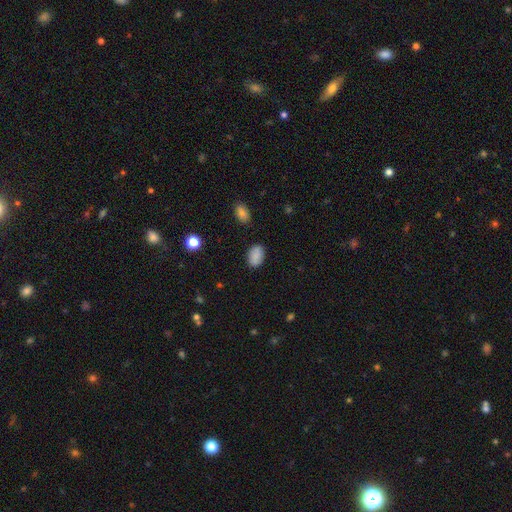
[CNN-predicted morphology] Smooth or featured?
  - smooth: 86% *
  - star or artifact: 8%
  - featured or disk: 6%
How rounded?
  - in between: 88% *
  - round: 11%
  - cigar-shaped: 1%
Merging?
  - none: 84% *
  - minor disturbance: 12%
  - major disturbance: 3%
  - merger: 2%